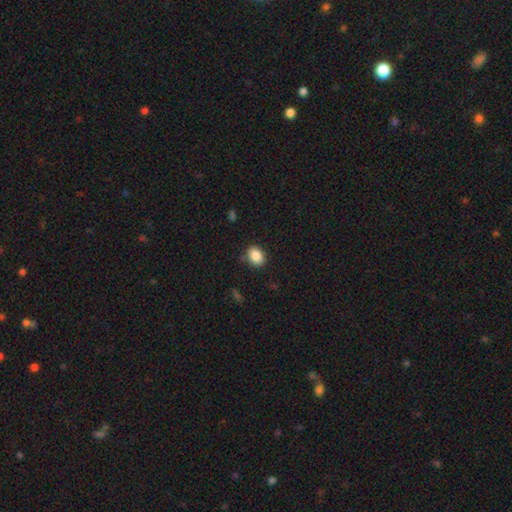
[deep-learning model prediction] Smooth or featured: smooth — 87% (star or artifact — 9%)
How rounded: in between — 67% (round — 32%)
Merging: none — 82% (minor disturbance — 12%)